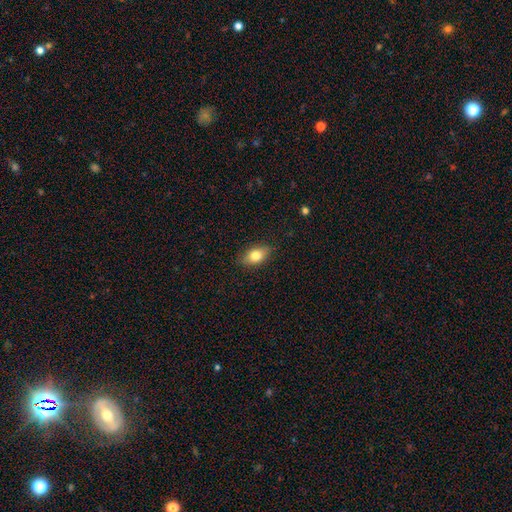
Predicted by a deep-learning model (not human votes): This is likely a smooth galaxy (78%). How rounded: clearly in between (85%). Merging: clearly none (86%).